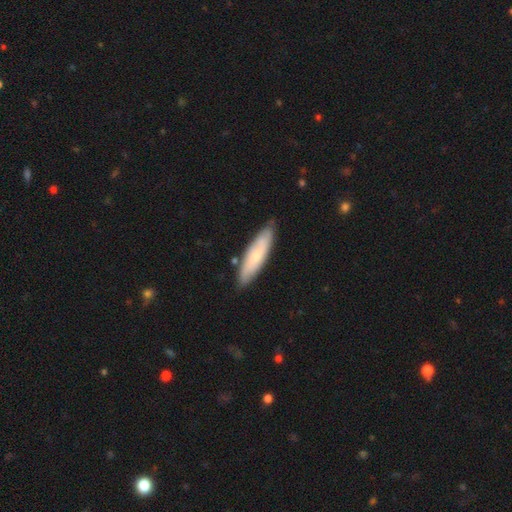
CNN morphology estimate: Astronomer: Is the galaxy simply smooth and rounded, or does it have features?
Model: smooth — 54% (runner-up: featured or disk, 40%).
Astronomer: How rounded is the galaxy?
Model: cigar-shaped — 66%.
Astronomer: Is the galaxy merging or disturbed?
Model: none — 82%.